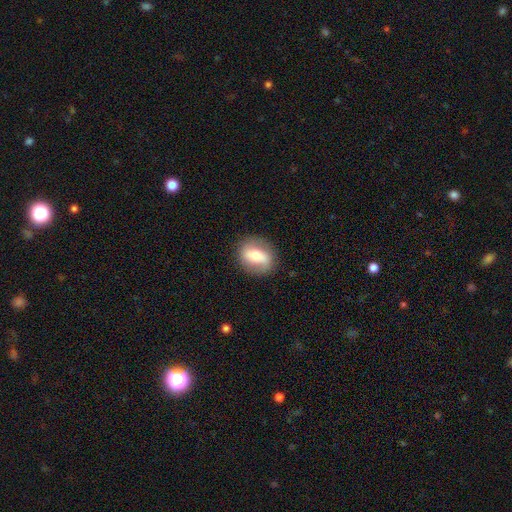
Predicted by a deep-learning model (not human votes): A smooth galaxy with no disk features (52%) that is in between round and cigar-shaped (55%).

Vote fractions:
- Smooth or featured? smooth: 52% / featured or disk: 41% / star or artifact: 7%
- How rounded? in between: 55% / round: 42% / cigar-shaped: 3%
- Merging? none: 83% / minor disturbance: 12% / major disturbance: 4% / merger: 1%